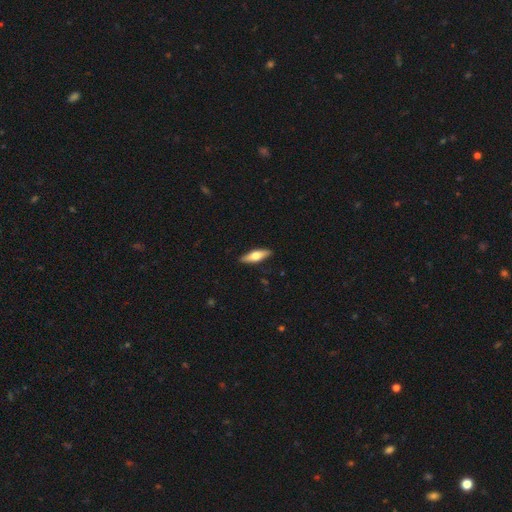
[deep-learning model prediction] Smooth or featured? Predicted: smooth (p=0.52). How rounded? Predicted: cigar-shaped (p=0.54). Merging? Predicted: none (p=0.89).